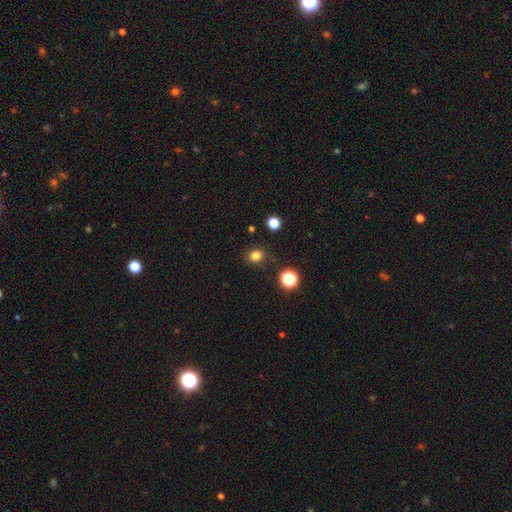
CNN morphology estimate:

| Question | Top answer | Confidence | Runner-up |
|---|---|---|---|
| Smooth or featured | smooth | 80% | star or artifact (15%) |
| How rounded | round | 67% | in between (32%) |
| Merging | none | 86% | minor disturbance (10%) |